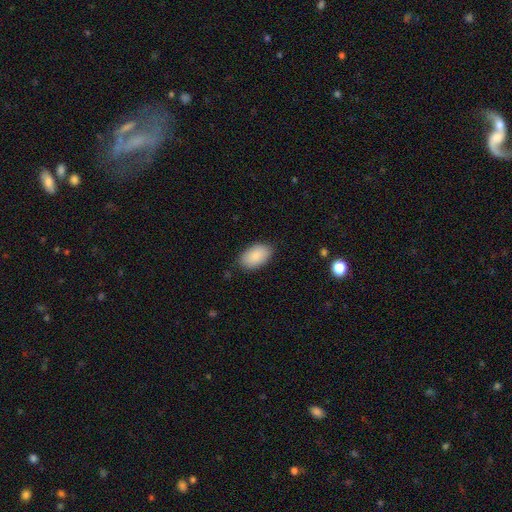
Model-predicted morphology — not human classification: smooth 89%, star or artifact 6%, featured or disk 5%. Down the decision tree: how rounded — in between (94%); merging — none (84%).